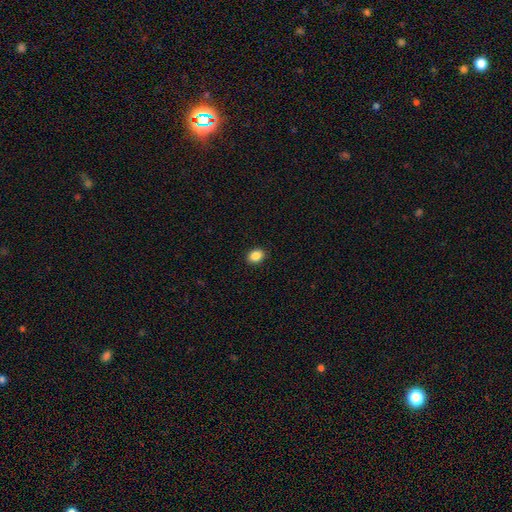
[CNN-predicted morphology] Smooth or featured: smooth — 87% (star or artifact — 9%)
How rounded: in between — 60% (round — 39%)
Merging: none — 91% (minor disturbance — 6%)